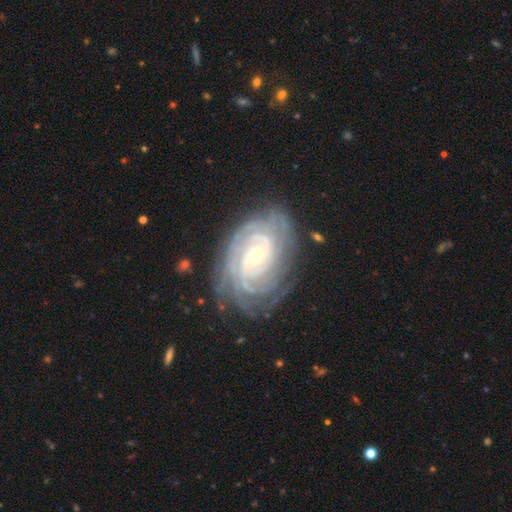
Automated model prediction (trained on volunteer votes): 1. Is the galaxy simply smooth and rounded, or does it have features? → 89% featured or disk, 6% smooth, 5% star or artifact.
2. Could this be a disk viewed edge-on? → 96% no, 4% yes.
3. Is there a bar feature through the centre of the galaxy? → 57% no, 31% weak, 12% strong.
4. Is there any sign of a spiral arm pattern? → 97% yes, 3% no.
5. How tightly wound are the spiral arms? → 83% tight, 14% medium, 3% loose.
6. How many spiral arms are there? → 34% can't tell, 18% 4, 17% more than 4, 13% 3, 12% 2, 6% 1.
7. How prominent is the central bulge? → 61% small, 36% moderate, 2% large, 1% none, 1% dominant.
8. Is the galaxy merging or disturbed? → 75% none, 17% minor disturbance, 6% major disturbance, 1% merger.